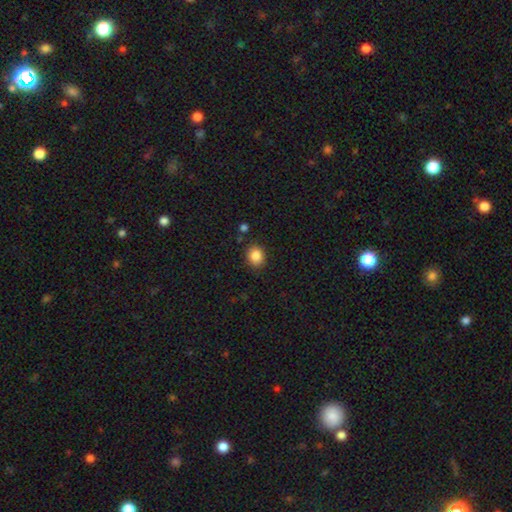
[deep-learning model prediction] Smooth or featured?
  - smooth: 86% *
  - star or artifact: 10%
  - featured or disk: 5%
How rounded?
  - round: 60% *
  - in between: 39%
  - cigar-shaped: 1%
Merging?
  - none: 86% *
  - minor disturbance: 9%
  - merger: 3%
  - major disturbance: 2%